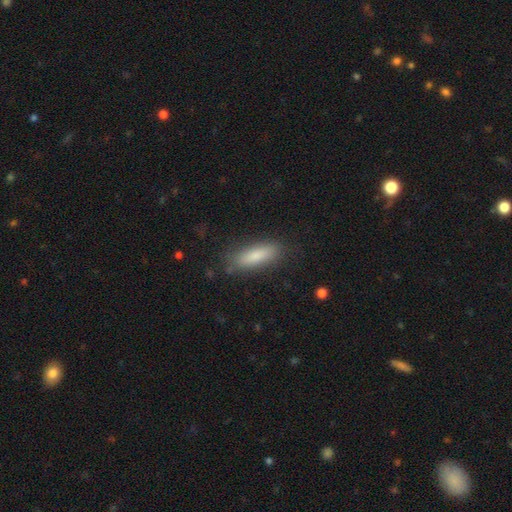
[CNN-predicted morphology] smooth 82%, featured or disk 11%, star or artifact 7%. Down the decision tree: how rounded — cigar-shaped (55%); merging — none (83%).